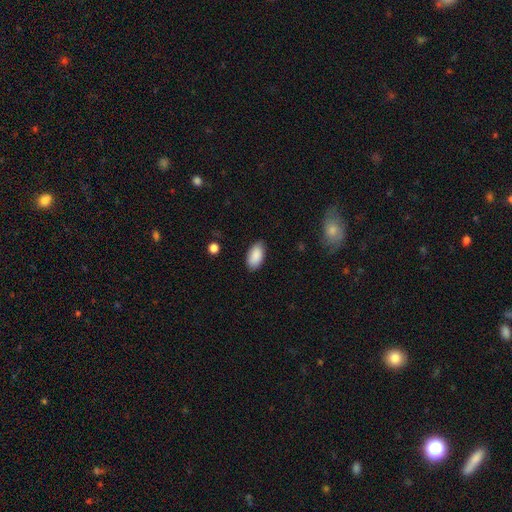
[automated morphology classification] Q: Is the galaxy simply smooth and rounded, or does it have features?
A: smooth — 89%.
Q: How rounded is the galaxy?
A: in between — 95%.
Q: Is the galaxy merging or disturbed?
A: none — 83%.